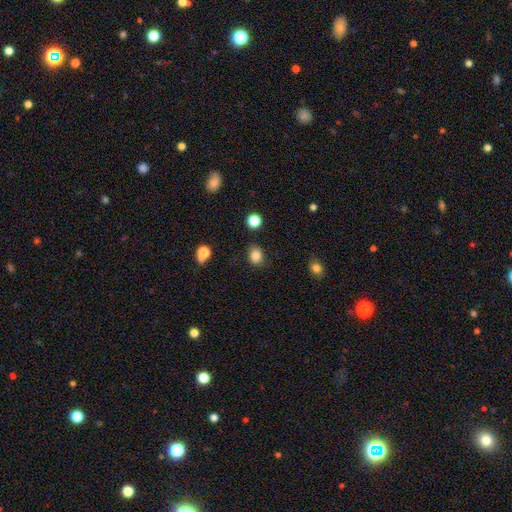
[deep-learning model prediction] The model was most divided on "how rounded": round: 53%, in between: 46%, cigar-shaped: 1%. More confident: smooth or featured — smooth (84%); merging — none (81%).